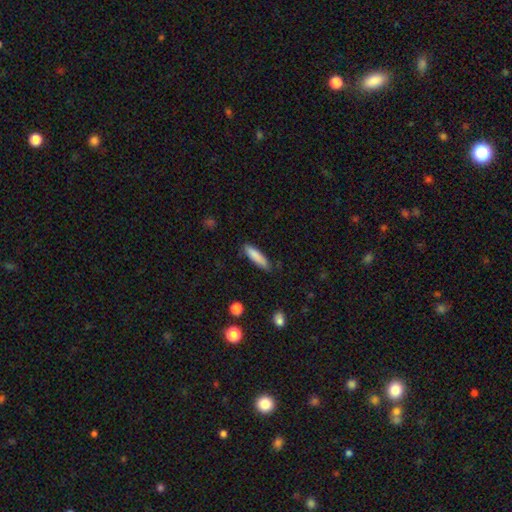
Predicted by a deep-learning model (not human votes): smooth-or-featured: smooth: 85% | featured or disk: 9% | star or artifact: 6%
  how-rounded: cigar-shaped: 72% | in between: 26% | round: 1%
  merging: none: 81% | minor disturbance: 15% | major disturbance: 3% | merger: 1%